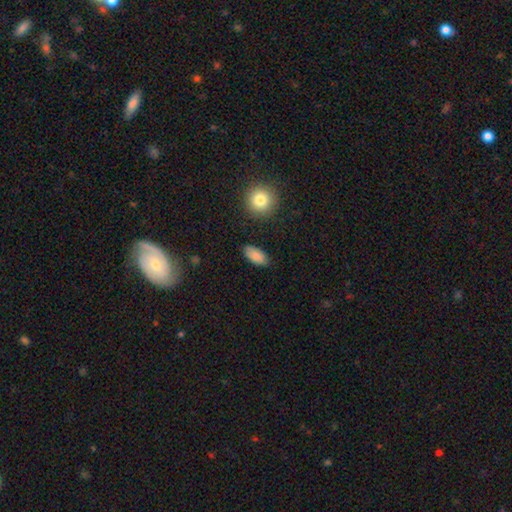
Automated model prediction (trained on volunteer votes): smooth 87%, star or artifact 7%, featured or disk 6%. Down the decision tree: how rounded — in between (92%); merging — none (84%).